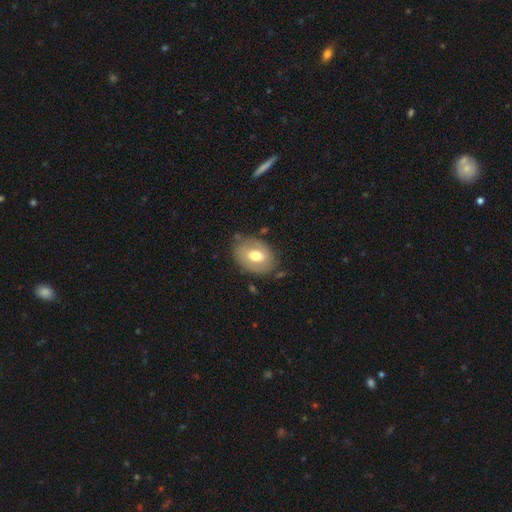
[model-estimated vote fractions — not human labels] The model was most divided on "smooth or featured": smooth: 62%, featured or disk: 31%, star or artifact: 7%. More confident: merging — none (74%); how rounded — in between (73%).